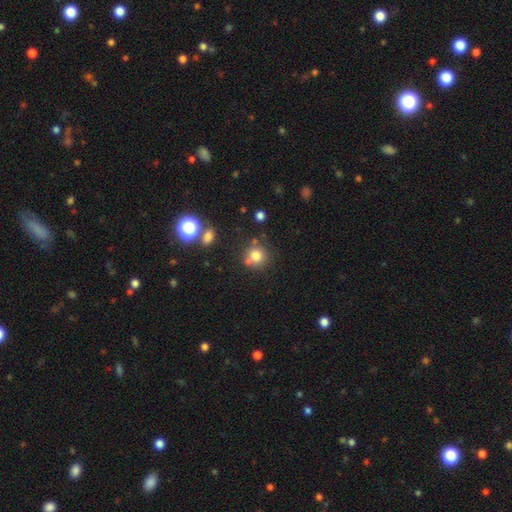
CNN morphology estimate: This appears to be a smooth galaxy with no disk features (78%) that is round (90%). Merging: none (67%).